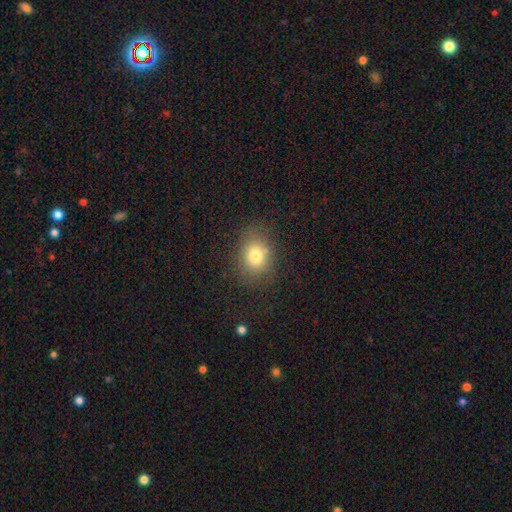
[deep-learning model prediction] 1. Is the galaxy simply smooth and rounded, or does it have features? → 77% smooth, 13% star or artifact, 10% featured or disk.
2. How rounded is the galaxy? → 53% round, 46% in between, 1% cigar-shaped.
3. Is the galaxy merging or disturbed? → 78% none, 14% minor disturbance, 6% major disturbance, 2% merger.